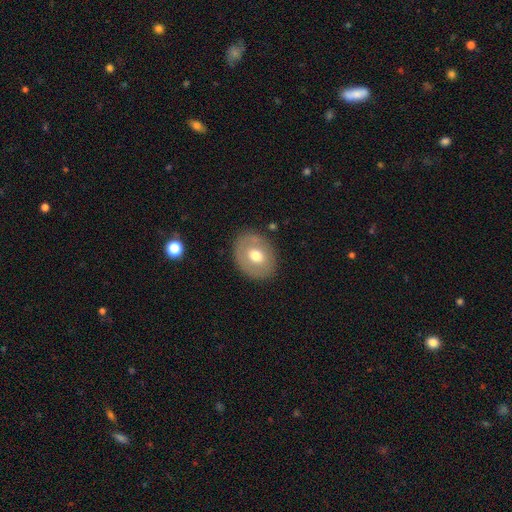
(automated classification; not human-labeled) A smooth galaxy with no disk features (61%) that is in between round and cigar-shaped (53%). Merging: none (84%).